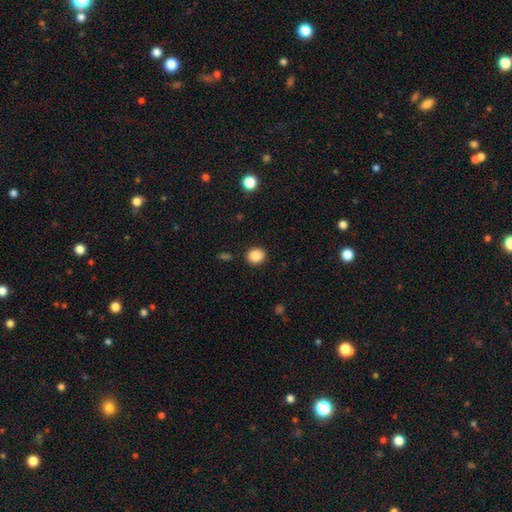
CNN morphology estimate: Overall: smooth (88%). How rounded: round (69%; in between 30%). Merging: none (88%).